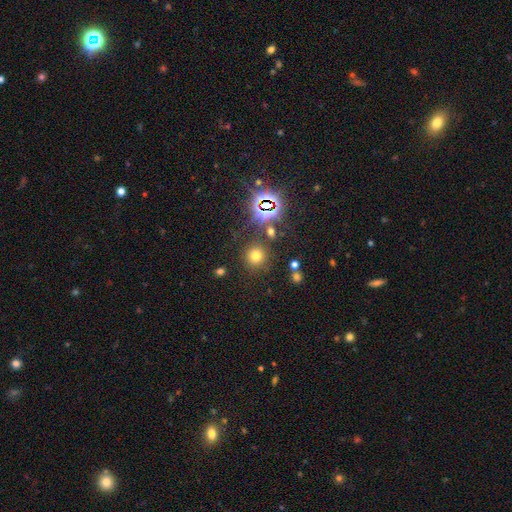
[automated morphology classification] Smooth or featured: smooth — 64% (star or artifact — 29%)
How rounded: round — 92% (in between — 7%)
Merging: none — 83% (minor disturbance — 8%)